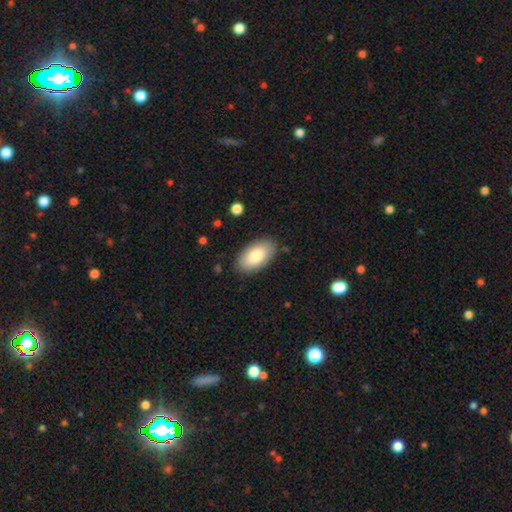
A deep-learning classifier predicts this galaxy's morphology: Smooth or featured? smooth (82%)
How rounded? in between (95%)
Merging? none (85%)